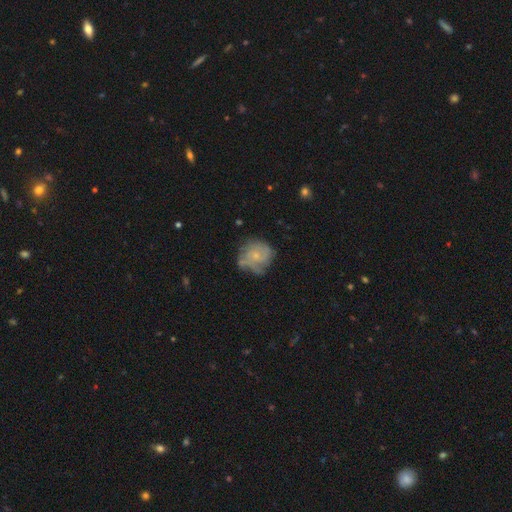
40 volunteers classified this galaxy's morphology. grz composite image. It shows a featured or disk galaxy (70%) with no bar (82%), 2 (41%) tight (59%) spiral arms (79%) and a small central bulge (75%). Merging: none (66%).